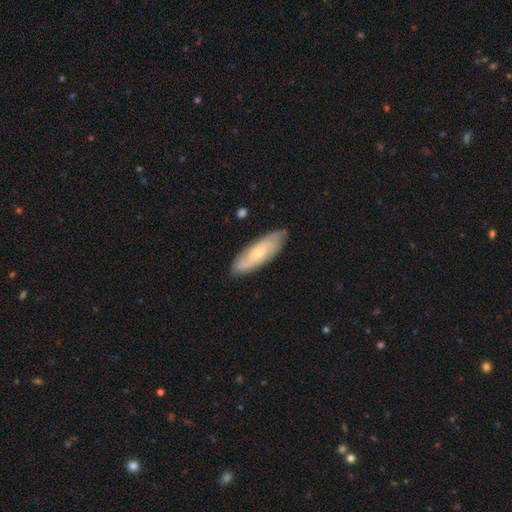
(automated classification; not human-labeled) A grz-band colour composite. It shows a featured or disk galaxy (46%). Merging: none (85%).